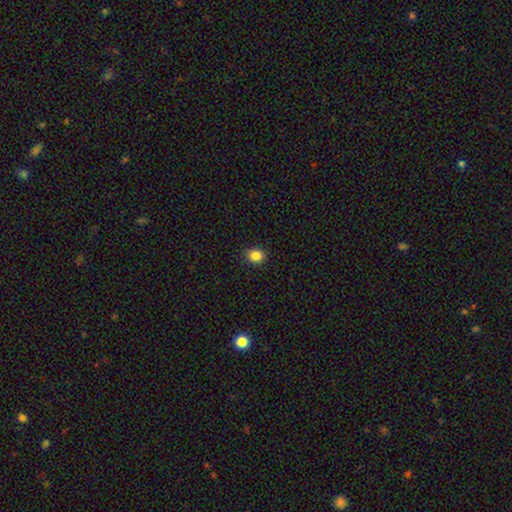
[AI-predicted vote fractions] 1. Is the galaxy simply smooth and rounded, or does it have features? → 85% smooth, 11% star or artifact, 4% featured or disk.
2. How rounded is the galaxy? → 61% round, 38% in between, 1% cigar-shaped.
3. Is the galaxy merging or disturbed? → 88% none, 9% minor disturbance, 2% major disturbance, 1% merger.